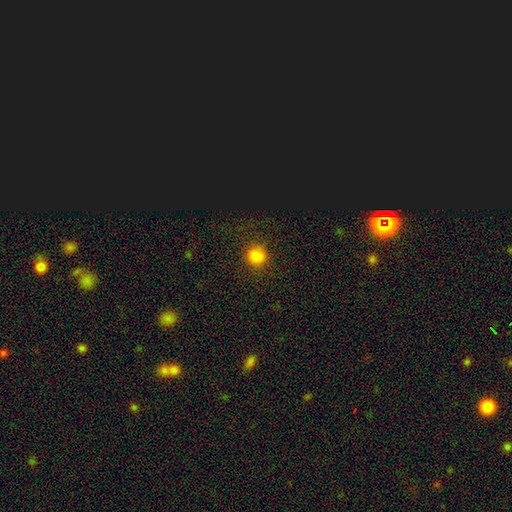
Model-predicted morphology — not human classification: This appears to be a smooth galaxy with no disk features (81%) that is round (89%). Merging: none (87%).